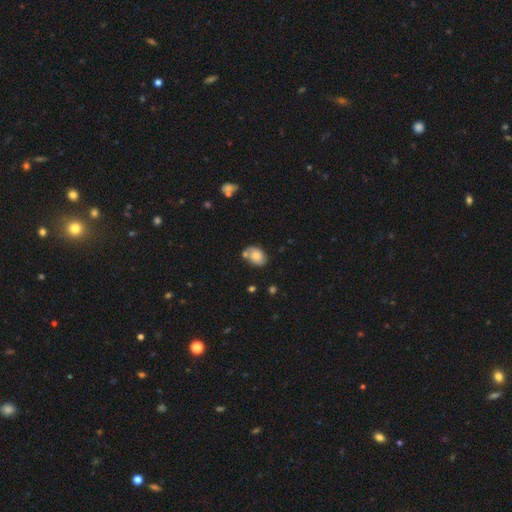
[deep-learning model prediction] The model was most divided on "merging": none: 52%, minor disturbance: 21%, merger: 21%, major disturbance: 6%. More confident: how rounded — in between (78%); smooth or featured — smooth (72%).